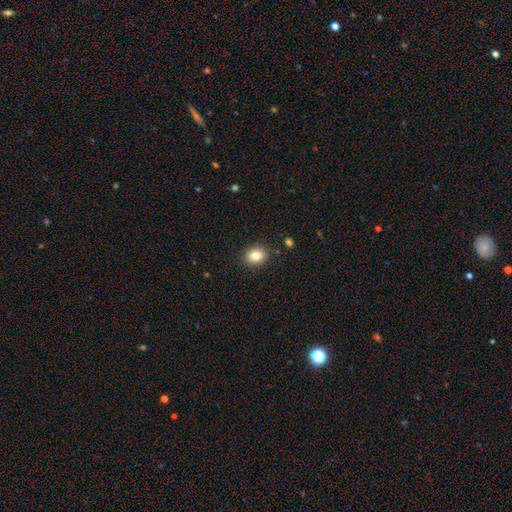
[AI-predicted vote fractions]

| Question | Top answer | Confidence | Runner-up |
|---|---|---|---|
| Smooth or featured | smooth | 83% | star or artifact (10%) |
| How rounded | round | 51% | in between (48%) |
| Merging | none | 88% | minor disturbance (8%) |